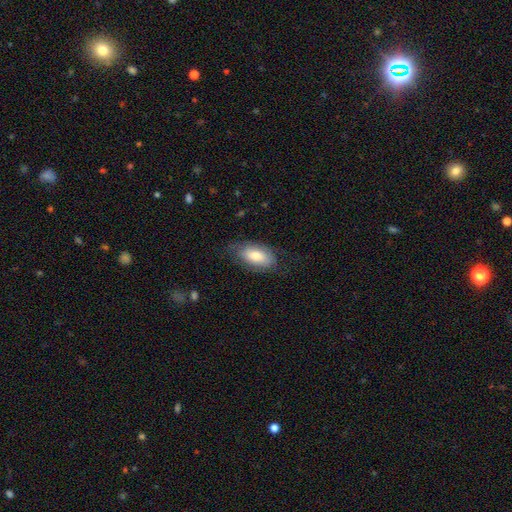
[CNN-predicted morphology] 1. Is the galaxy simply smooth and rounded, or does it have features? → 68% smooth, 26% featured or disk, 6% star or artifact.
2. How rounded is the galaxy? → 92% in between, 5% cigar-shaped, 3% round.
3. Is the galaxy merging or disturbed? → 65% none, 24% minor disturbance, 10% major disturbance, 1% merger.